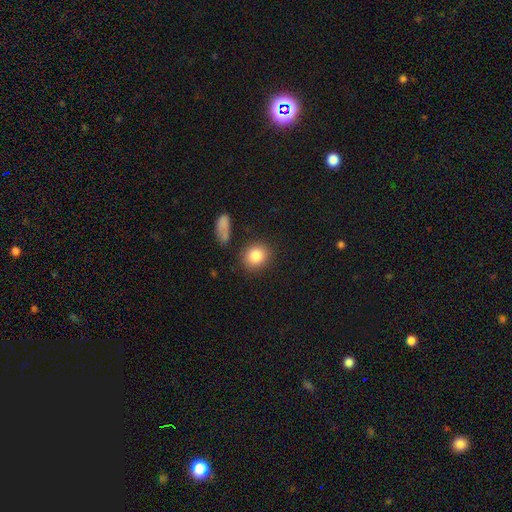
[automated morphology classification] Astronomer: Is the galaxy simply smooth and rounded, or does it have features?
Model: smooth — 85%.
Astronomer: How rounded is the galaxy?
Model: round — 75%.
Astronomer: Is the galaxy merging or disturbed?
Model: none — 82%.